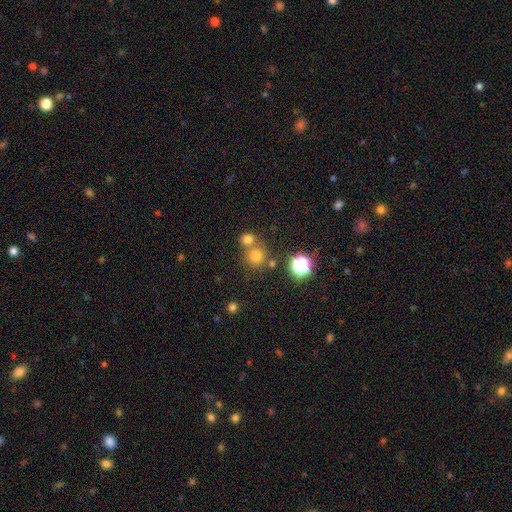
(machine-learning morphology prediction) A smooth galaxy with no disk features (72%) that is round (90%). Merging: none (63%).